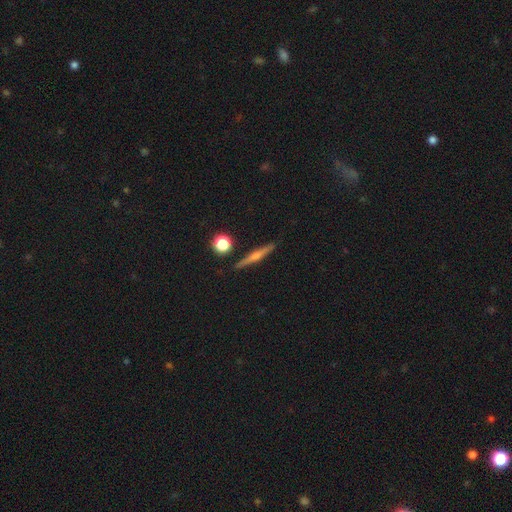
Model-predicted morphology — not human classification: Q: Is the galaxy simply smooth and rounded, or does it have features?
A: featured or disk — 68%.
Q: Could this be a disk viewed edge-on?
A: yes — 97%.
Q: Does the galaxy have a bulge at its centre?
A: rounded — 81%.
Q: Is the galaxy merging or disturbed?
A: none — 90%.